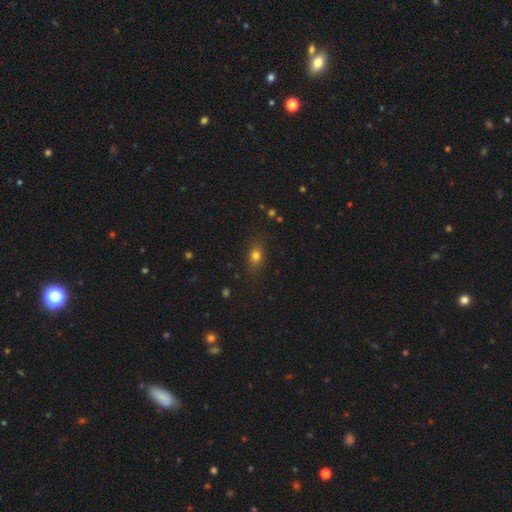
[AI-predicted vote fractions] This appears to be a smooth galaxy with no disk features (75%) that is in between round and cigar-shaped (64%). Merging: none (82%).